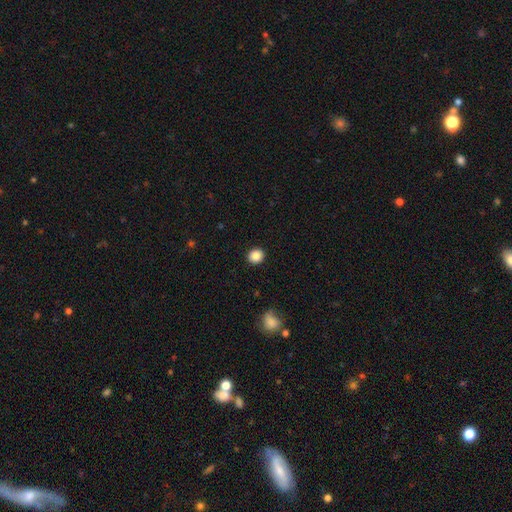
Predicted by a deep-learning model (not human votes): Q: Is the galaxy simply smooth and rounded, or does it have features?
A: smooth — 87%.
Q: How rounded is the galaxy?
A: round — 86%.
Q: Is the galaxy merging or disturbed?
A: none — 92%.